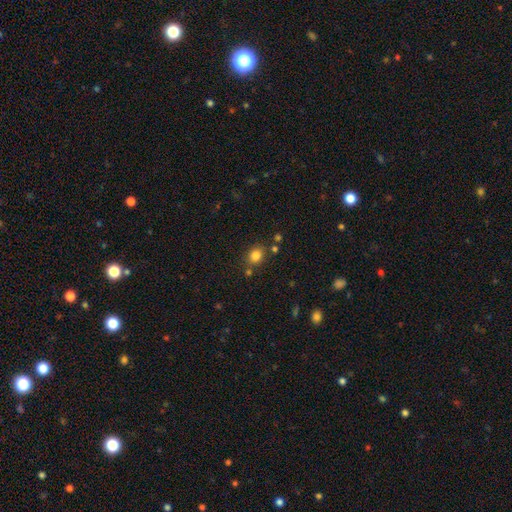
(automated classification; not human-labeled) A smooth galaxy with no disk features (81%) that is round (59%).

Vote fractions:
- Smooth or featured? smooth: 81% / star or artifact: 13% / featured or disk: 6%
- How rounded? round: 59% / in between: 40% / cigar-shaped: 1%
- Merging? none: 75% / minor disturbance: 12% / merger: 9% / major disturbance: 4%